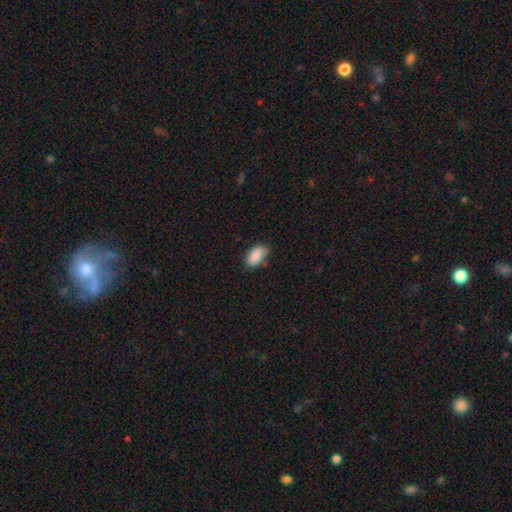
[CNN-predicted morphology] A smooth galaxy with no disk features (88%) that is in between round and cigar-shaped (92%).

Vote fractions:
- Smooth or featured? smooth: 88% / star or artifact: 8% / featured or disk: 4%
- How rounded? in between: 92% / round: 6% / cigar-shaped: 2%
- Merging? none: 67% / minor disturbance: 26% / major disturbance: 5% / merger: 2%